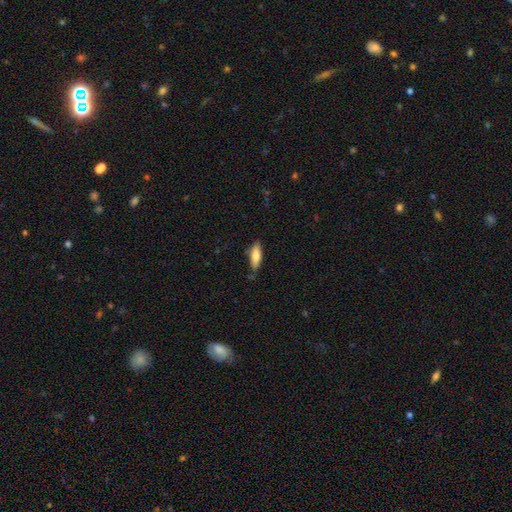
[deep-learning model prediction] This is likely a smooth galaxy (77%). How rounded: possibly in between (55%). Merging: likely none (77%).